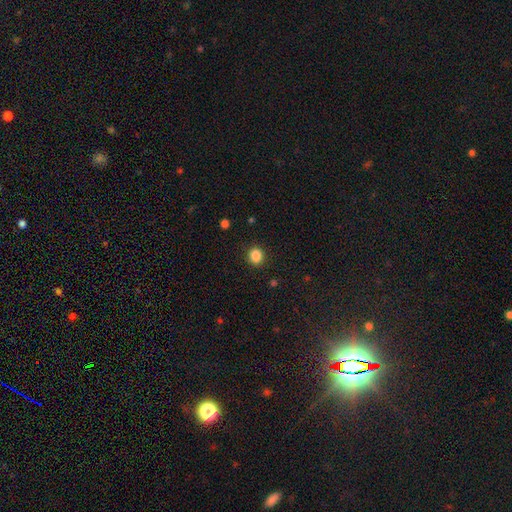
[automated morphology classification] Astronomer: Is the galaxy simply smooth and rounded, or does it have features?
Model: smooth — 86%.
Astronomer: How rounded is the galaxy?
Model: round — 68%.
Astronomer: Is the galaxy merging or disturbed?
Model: none — 90%.